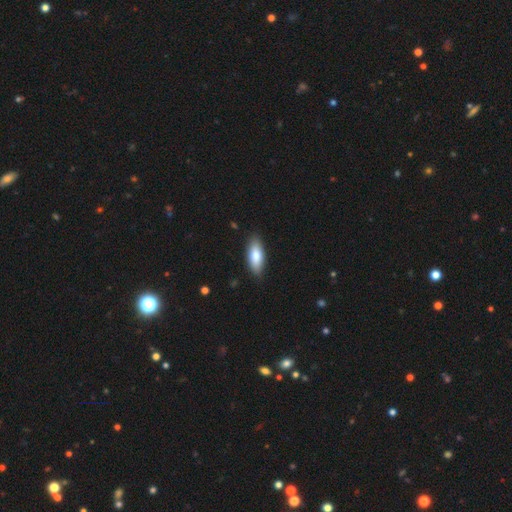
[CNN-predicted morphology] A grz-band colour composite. It shows a smooth galaxy with no disk features (80%) that is in between round and cigar-shaped (77%). Merging: none (87%).